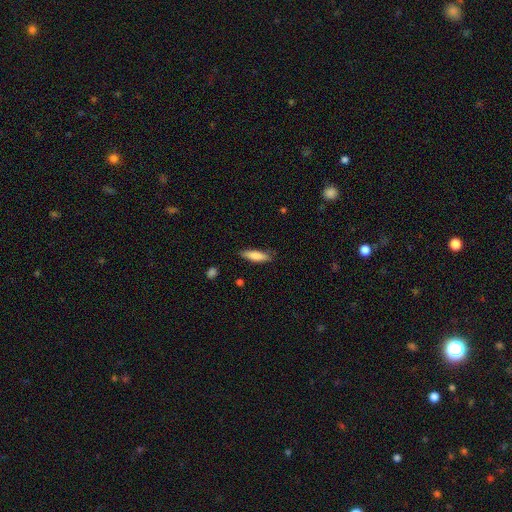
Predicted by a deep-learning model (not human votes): A smooth galaxy with no disk features (80%) that is cigar-shaped (58%). Merging: none (82%).